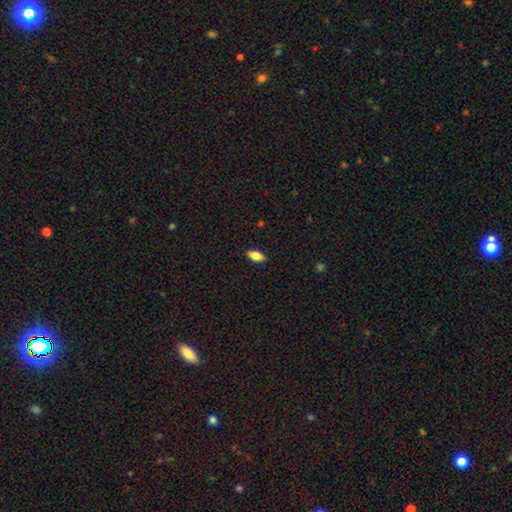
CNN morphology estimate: smooth_or_featured: smooth (p=0.78) [alt: featured or disk p=0.15]
how_rounded: in between (p=0.86) [alt: cigar-shaped p=0.11]
merging: none (p=0.89) [alt: minor disturbance p=0.08]